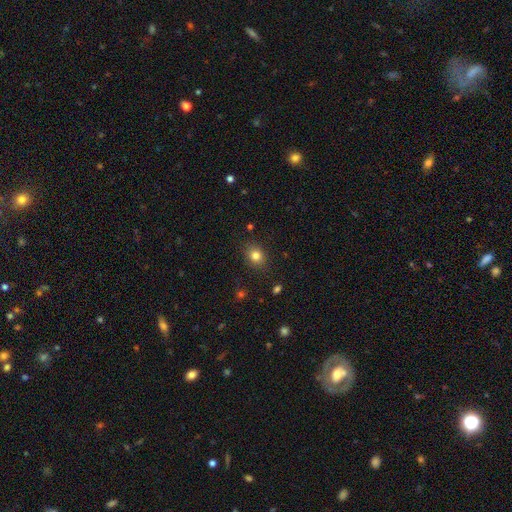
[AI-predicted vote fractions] A smooth galaxy with no disk features (81%) that is round (58%).

Vote fractions:
- Smooth or featured? smooth: 81% / star or artifact: 12% / featured or disk: 7%
- How rounded? round: 58% / in between: 41% / cigar-shaped: 1%
- Merging? none: 87% / minor disturbance: 9% / major disturbance: 3% / merger: 1%